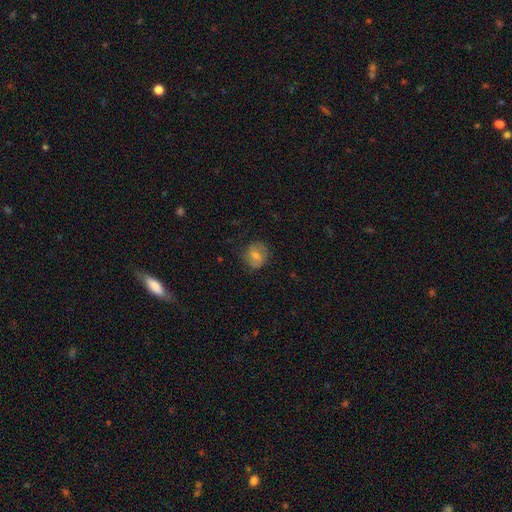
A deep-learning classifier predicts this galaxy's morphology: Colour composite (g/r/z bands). It shows a smooth galaxy with no disk features (60%) that is round (70%). Merging: none (71%).